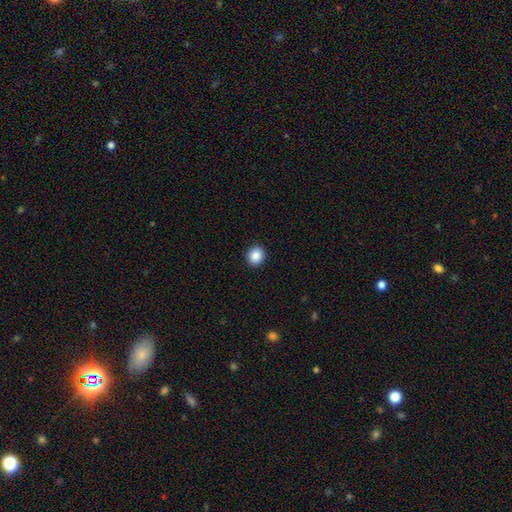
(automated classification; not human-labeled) smooth 88%, star or artifact 9%, featured or disk 3%. Down the decision tree: how rounded — round (81%); merging — none (92%).